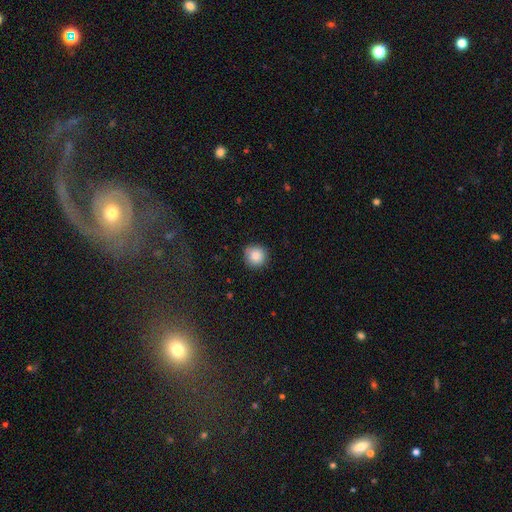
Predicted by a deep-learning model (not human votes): Smooth or featured? Predicted: smooth (p=0.86). How rounded? Predicted: round (p=0.94). Merging? Predicted: none (p=0.86).